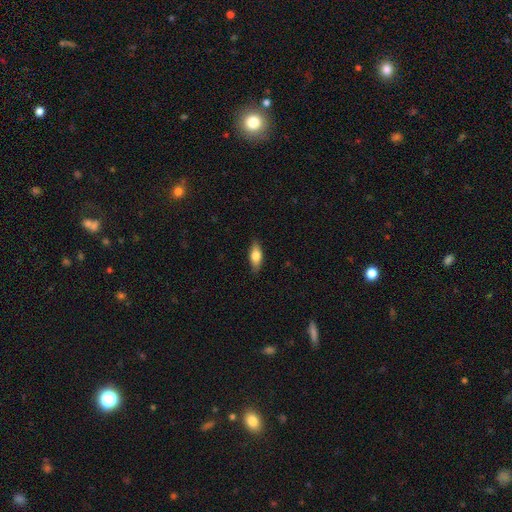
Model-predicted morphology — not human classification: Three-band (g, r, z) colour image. It shows a smooth galaxy with no disk features (72%) that is in between round and cigar-shaped (77%). Merging: none (86%).